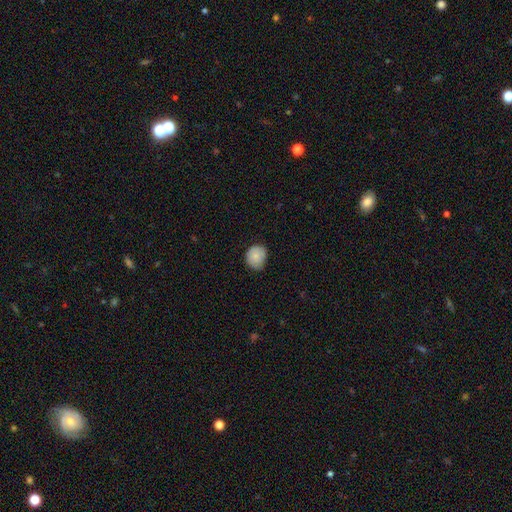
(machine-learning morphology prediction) type=smooth (81%); roundness=round (73%); merging=none (70%).